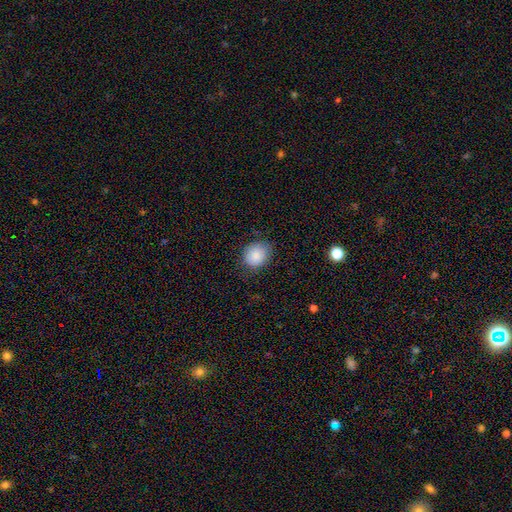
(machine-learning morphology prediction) Smooth or featured: smooth — 87% (star or artifact — 8%)
How rounded: round — 59% (in between — 40%)
Merging: none — 76% (minor disturbance — 19%)